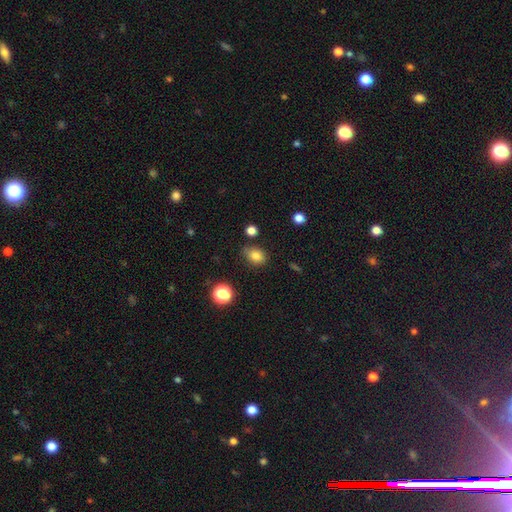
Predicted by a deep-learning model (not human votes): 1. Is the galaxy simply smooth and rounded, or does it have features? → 82% smooth, 12% star or artifact, 6% featured or disk.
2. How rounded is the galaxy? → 63% in between, 35% round, 1% cigar-shaped.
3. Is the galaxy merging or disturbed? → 71% none, 21% minor disturbance, 5% major disturbance, 3% merger.